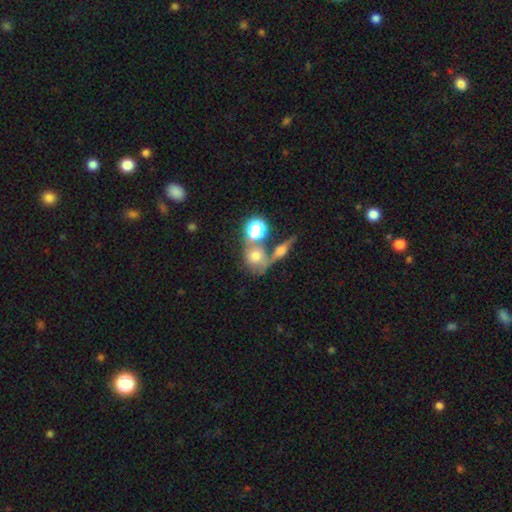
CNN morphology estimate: Smooth or featured? smooth (58%)
How rounded? round (68%)
Merging? merger (42%)